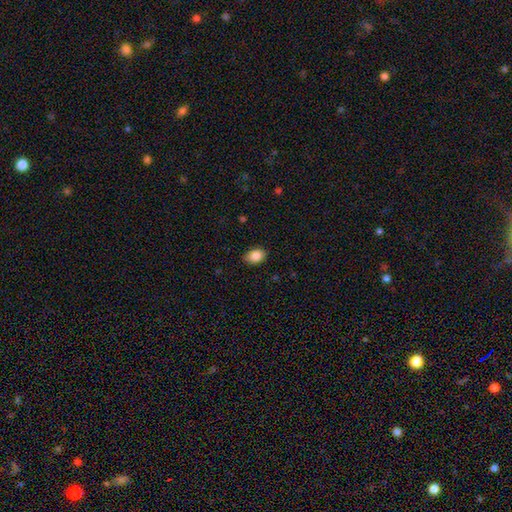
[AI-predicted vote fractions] This is clearly a smooth galaxy (88%). How rounded: likely in between (76%). Merging: clearly none (82%).